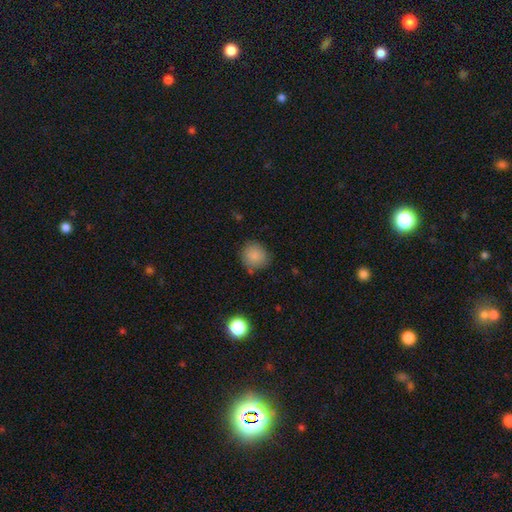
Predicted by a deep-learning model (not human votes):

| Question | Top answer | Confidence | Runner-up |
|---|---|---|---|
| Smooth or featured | smooth | 86% | star or artifact (9%) |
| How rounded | round | 88% | in between (11%) |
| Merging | none | 77% | minor disturbance (16%) |